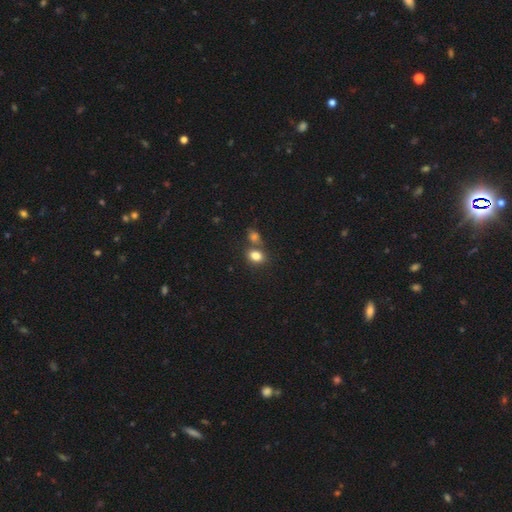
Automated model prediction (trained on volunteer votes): This appears to be a smooth galaxy with no disk features (82%) that is in between round and cigar-shaped (56%). Merging: none (53%).